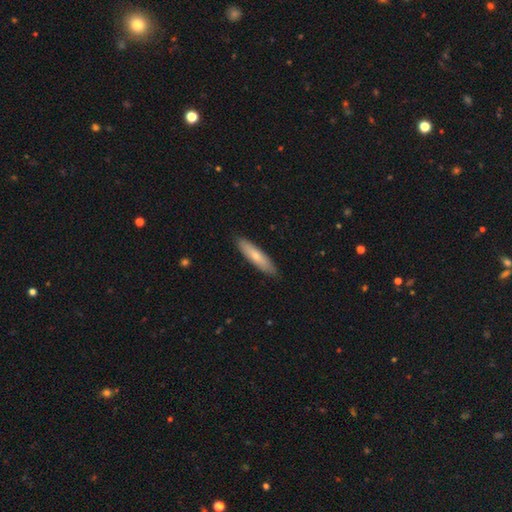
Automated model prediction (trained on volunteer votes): Q: Smooth or featured?
A: smooth (68%); runner-up: featured or disk (26%)
Q: How rounded?
A: cigar-shaped (78%); runner-up: in between (20%)
Q: Merging?
A: none (88%); runner-up: minor disturbance (9%)